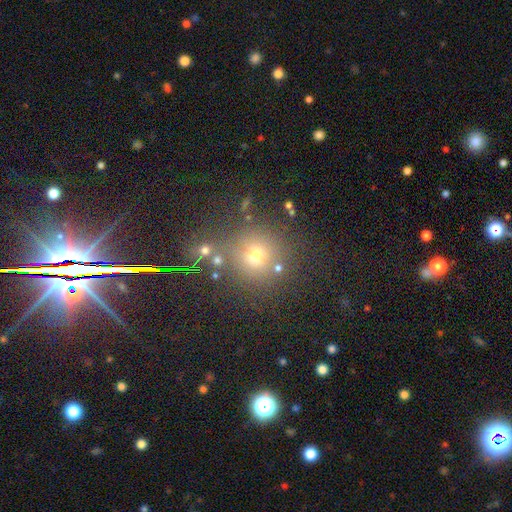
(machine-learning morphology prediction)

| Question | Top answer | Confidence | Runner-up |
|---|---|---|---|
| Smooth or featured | smooth | 63% | star or artifact (26%) |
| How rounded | round | 89% | in between (9%) |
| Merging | none | 71% | merger (13%) |